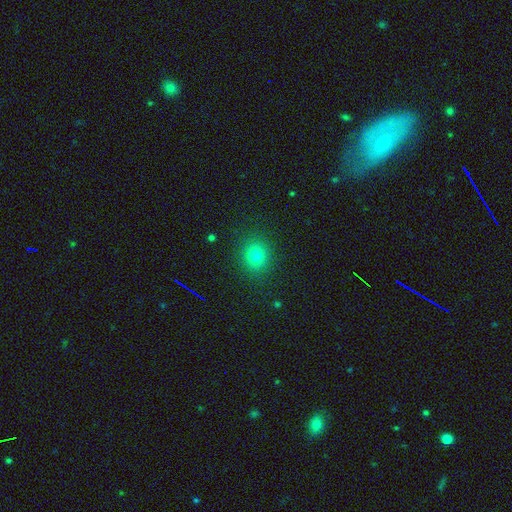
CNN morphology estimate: Smooth or featured?
  - smooth: 78% *
  - star or artifact: 15%
  - featured or disk: 7%
How rounded?
  - round: 76% *
  - in between: 23%
  - cigar-shaped: 1%
Merging?
  - none: 89% *
  - minor disturbance: 7%
  - major disturbance: 3%
  - merger: 1%